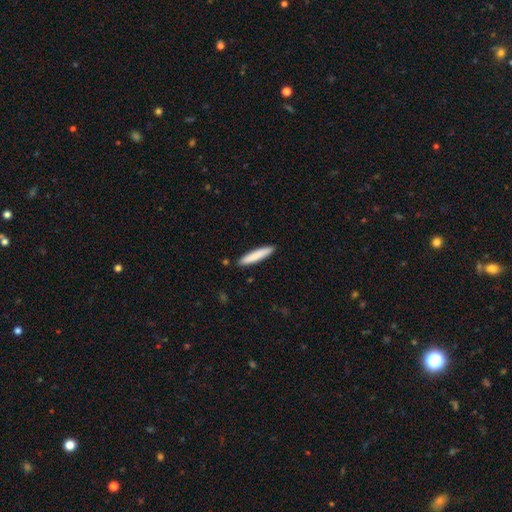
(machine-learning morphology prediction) This appears to be a smooth galaxy with no disk features (82%) that is cigar-shaped (92%). Merging: none (90%).